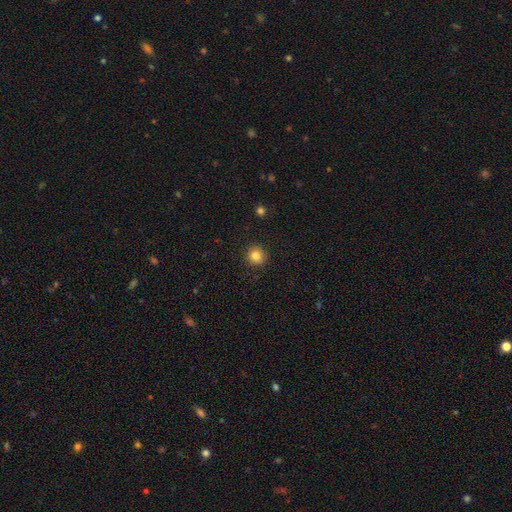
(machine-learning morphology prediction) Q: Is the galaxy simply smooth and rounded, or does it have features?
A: smooth — 83%.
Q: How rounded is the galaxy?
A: round — 92%.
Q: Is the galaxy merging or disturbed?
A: none — 91%.